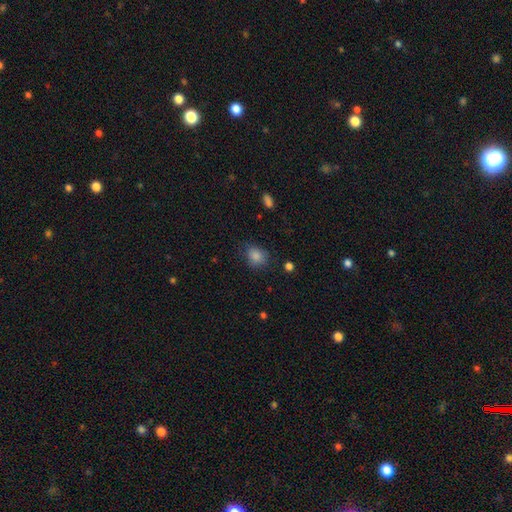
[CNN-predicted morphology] This appears to be a smooth galaxy with no disk features (81%) that is round (60%). Merging: none (72%).